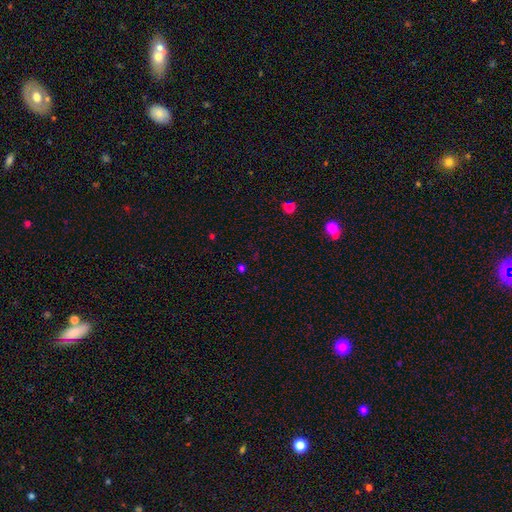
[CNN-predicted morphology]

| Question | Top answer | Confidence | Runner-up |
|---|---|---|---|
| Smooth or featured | star or artifact | 56% | smooth (37%) |